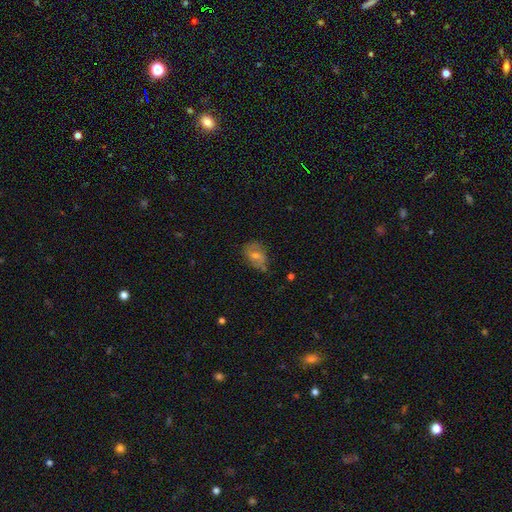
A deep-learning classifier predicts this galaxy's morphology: smooth_or_featured: featured or disk (p=0.47) [alt: smooth p=0.37]
merging: none (p=0.69) [alt: minor disturbance p=0.21]